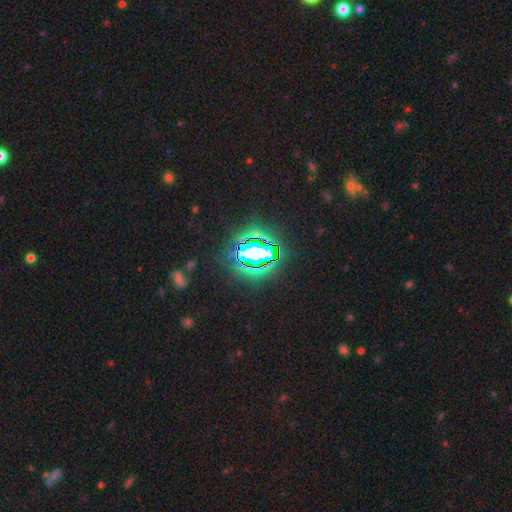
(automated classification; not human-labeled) smooth_or_featured: star or artifact (p=0.78) [alt: smooth p=0.12]